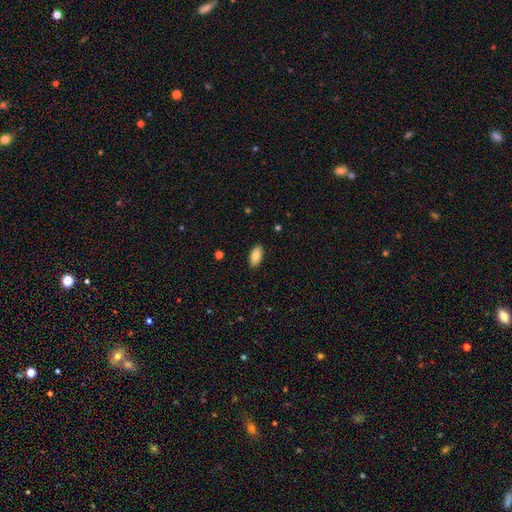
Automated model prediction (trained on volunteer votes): This appears to be a smooth galaxy with no disk features (85%) that is in between round and cigar-shaped (92%). Merging: none (89%).